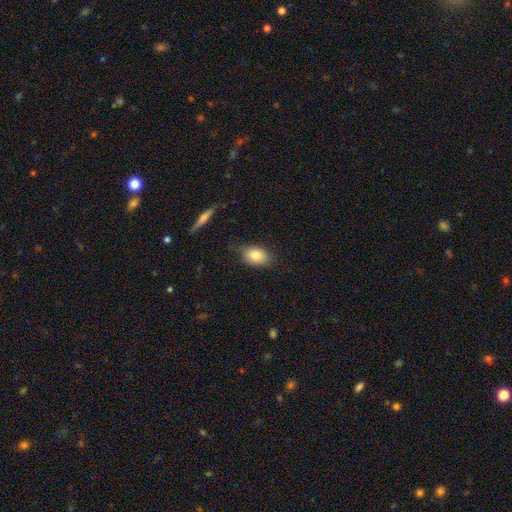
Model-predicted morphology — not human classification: smooth_or_featured: smooth (p=0.79) [alt: featured or disk p=0.12]
how_rounded: in between (p=0.77) [alt: round p=0.22]
merging: none (p=0.80) [alt: minor disturbance p=0.16]